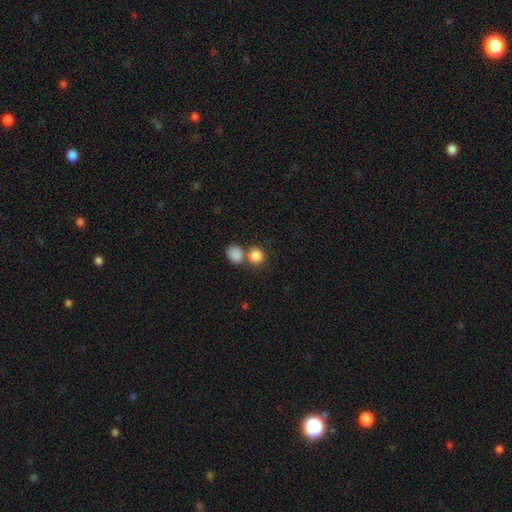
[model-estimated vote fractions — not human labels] Smooth or featured? Predicted: smooth (p=0.84). How rounded? Predicted: round (p=0.76). Merging? Predicted: none (p=0.49).